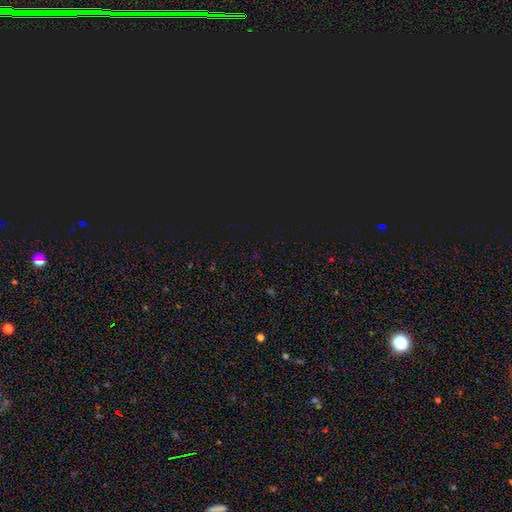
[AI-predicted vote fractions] A star or artifact, not a galaxy (72%).